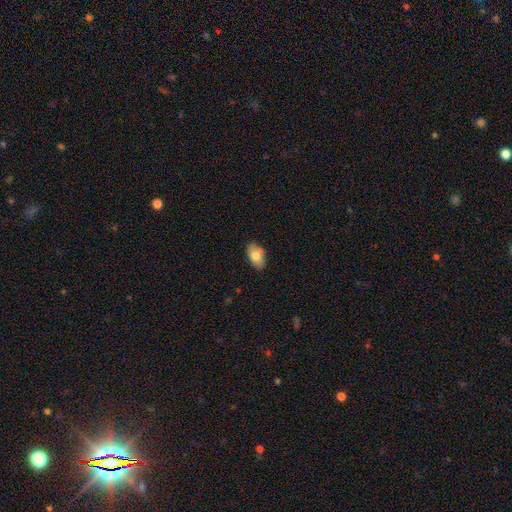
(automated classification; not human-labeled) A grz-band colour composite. It shows a smooth galaxy with no disk features (79%) that is in between round and cigar-shaped (93%). Merging: none (85%).